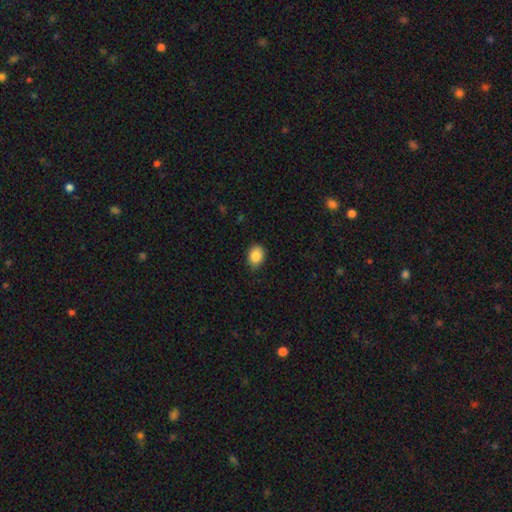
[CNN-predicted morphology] Q: Smooth or featured?
A: smooth (87%); runner-up: star or artifact (8%)
Q: How rounded?
A: in between (62%); runner-up: round (37%)
Q: Merging?
A: none (84%); runner-up: minor disturbance (13%)